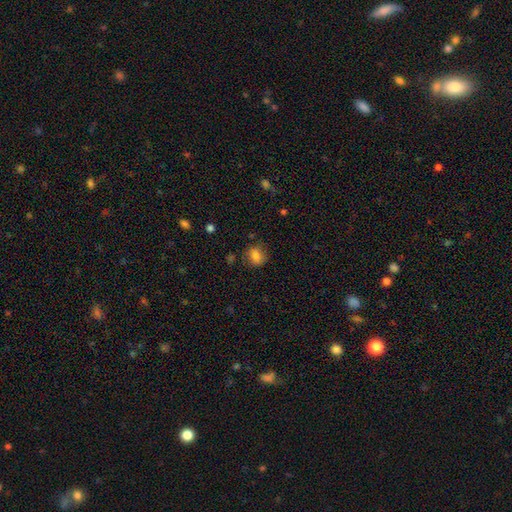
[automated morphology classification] Smooth or featured?
  - smooth: 78% *
  - featured or disk: 11%
  - star or artifact: 11%
How rounded?
  - round: 73% *
  - in between: 26%
  - cigar-shaped: 1%
Merging?
  - none: 79% *
  - minor disturbance: 15%
  - major disturbance: 4%
  - merger: 2%